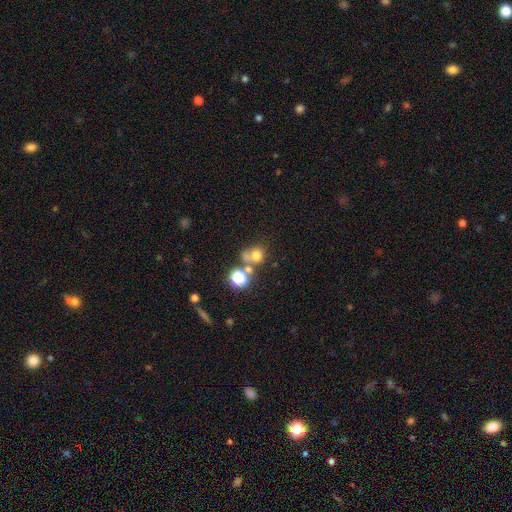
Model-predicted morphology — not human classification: Smooth or featured: smooth — 67% (star or artifact — 20%)
How rounded: round — 75% (in between — 24%)
Merging: none — 42% (merger — 35%)